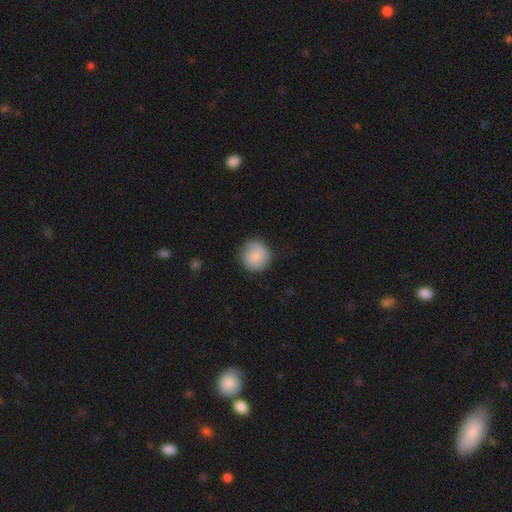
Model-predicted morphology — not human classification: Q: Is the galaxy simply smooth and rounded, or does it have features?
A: smooth — 83%.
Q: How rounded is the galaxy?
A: round — 93%.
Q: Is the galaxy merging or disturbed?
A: none — 80%.